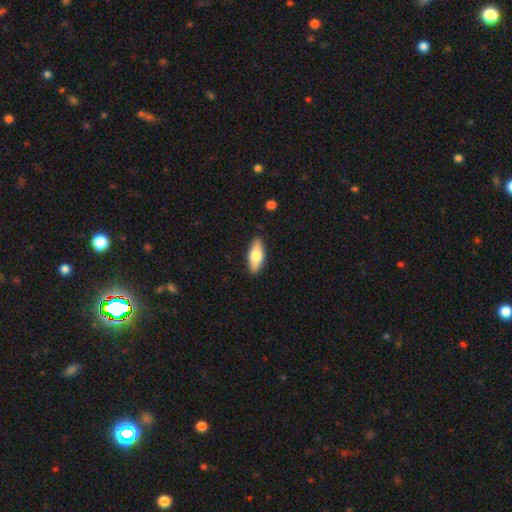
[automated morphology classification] Smooth or featured? Predicted: smooth (p=0.65). How rounded? Predicted: in between (p=0.74). Merging? Predicted: none (p=0.87).